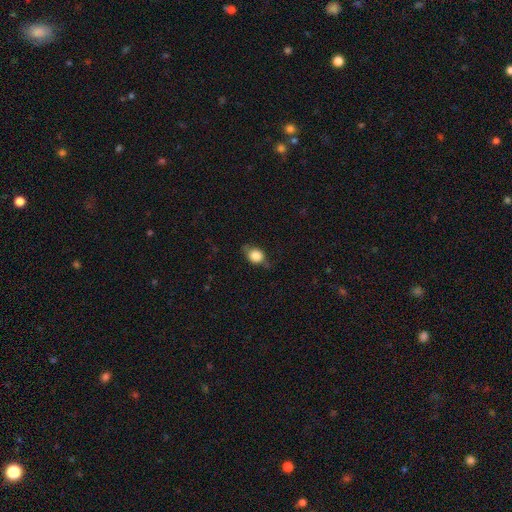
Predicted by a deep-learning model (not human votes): This is likely a smooth galaxy (80%). How rounded: possibly round (58%). Merging: likely none (61%).